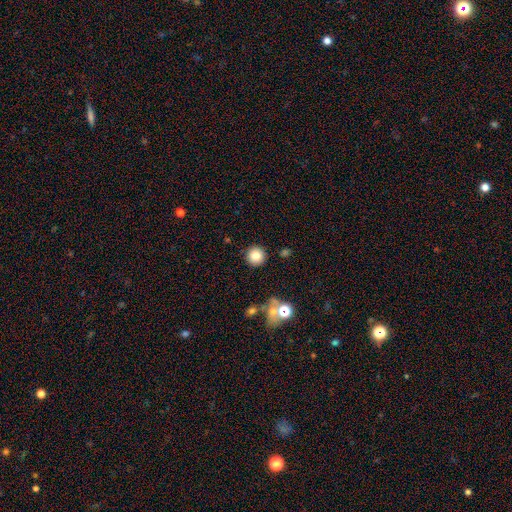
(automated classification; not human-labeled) smooth-or-featured: smooth: 80% | star or artifact: 12% | featured or disk: 8%
  how-rounded: round: 95% | in between: 4% | cigar-shaped: 1%
  merging: none: 89% | minor disturbance: 6% | merger: 3% | major disturbance: 2%